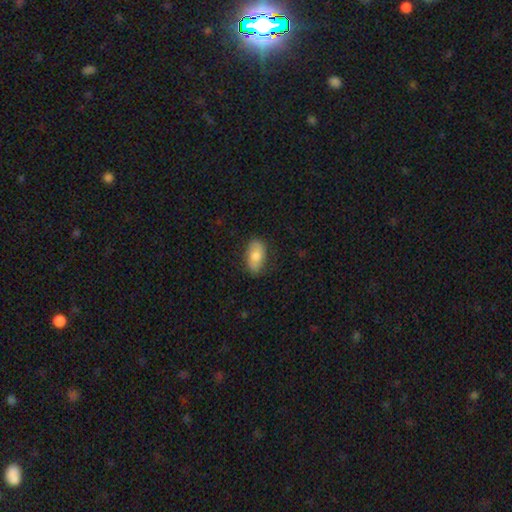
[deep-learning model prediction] Smooth or featured? smooth (76%)
How rounded? in between (91%)
Merging? none (81%)